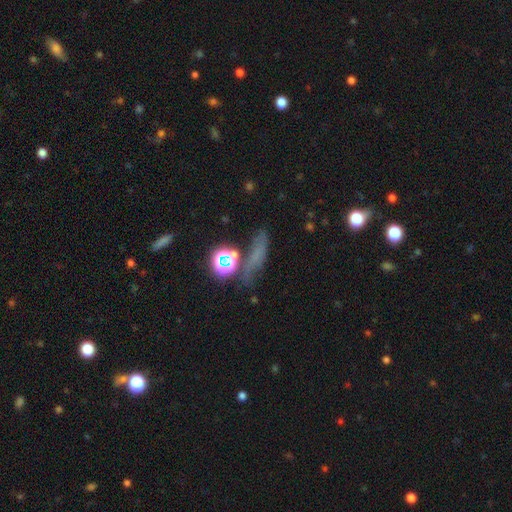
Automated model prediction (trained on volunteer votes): smooth-or-featured: smooth: 43% | star or artifact: 38% | featured or disk: 19%
  merging: none: 66% | minor disturbance: 14% | merger: 11% | major disturbance: 9%